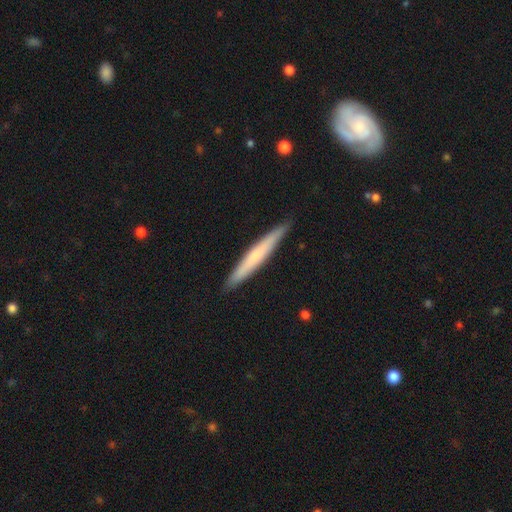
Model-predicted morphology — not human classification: Smooth or featured? Predicted: smooth (p=0.56). How rounded? Predicted: cigar-shaped (p=0.96). Merging? Predicted: none (p=0.90).